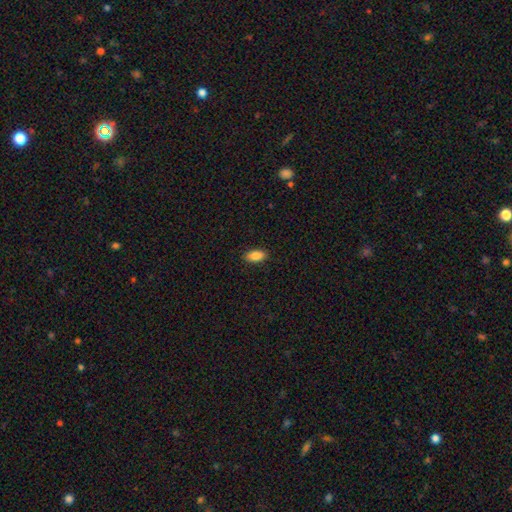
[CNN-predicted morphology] This appears to be a smooth galaxy with no disk features (86%) that is in between round and cigar-shaped (91%). Merging: none (89%).